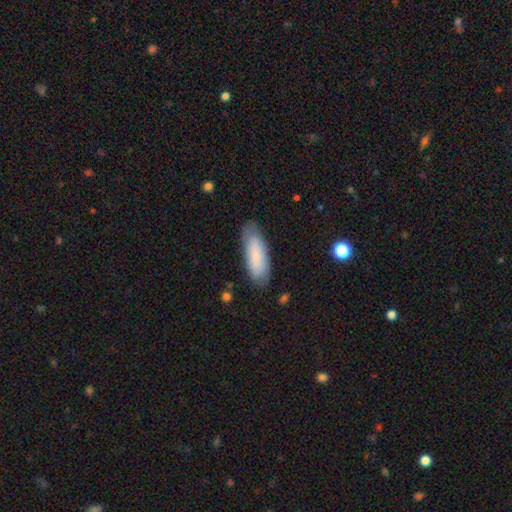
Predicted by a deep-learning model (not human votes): This is likely a smooth galaxy (77%). How rounded: possibly in between (60%). Merging: likely none (78%).